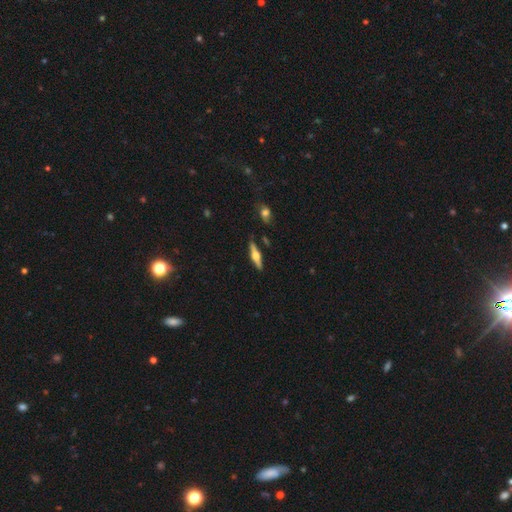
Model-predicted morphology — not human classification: Smooth or featured: featured or disk — 68% (smooth — 26%)
Edge-on disk: yes — 96% (no — 4%)
Edge-on bulge: rounded — 94% (boxy — 4%)
Merging: none — 87% (minor disturbance — 8%)